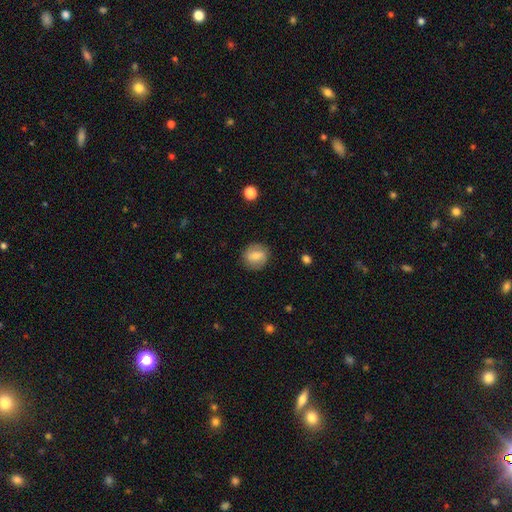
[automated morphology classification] Smooth or featured: smooth — 62% (featured or disk — 30%)
How rounded: round — 75% (in between — 23%)
Merging: none — 85% (minor disturbance — 10%)